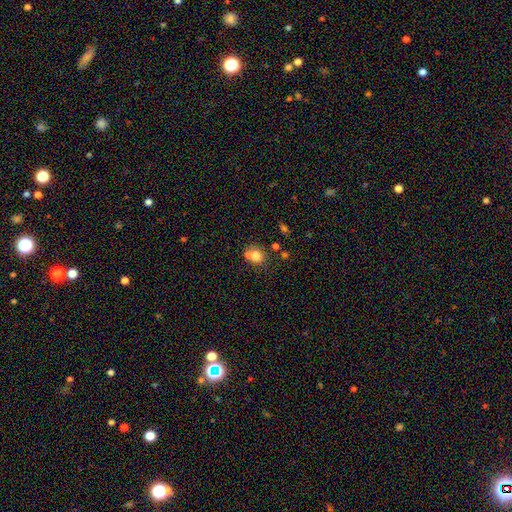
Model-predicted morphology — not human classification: A smooth galaxy with no disk features (74%) that is round (74%). Merging: merger (44%).